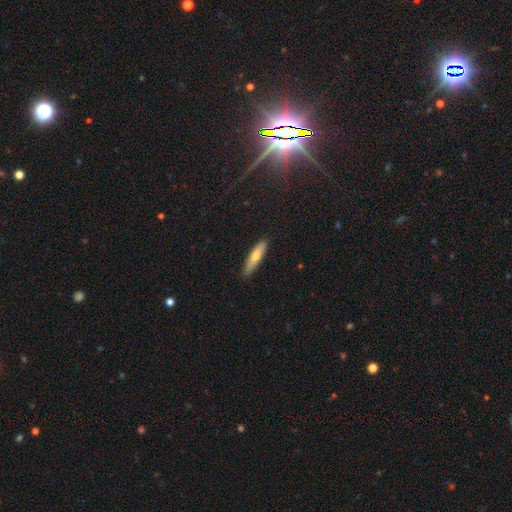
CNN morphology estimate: smooth 67%, featured or disk 28%, star or artifact 6%. Down the decision tree: how rounded — cigar-shaped (76%); merging — none (87%).